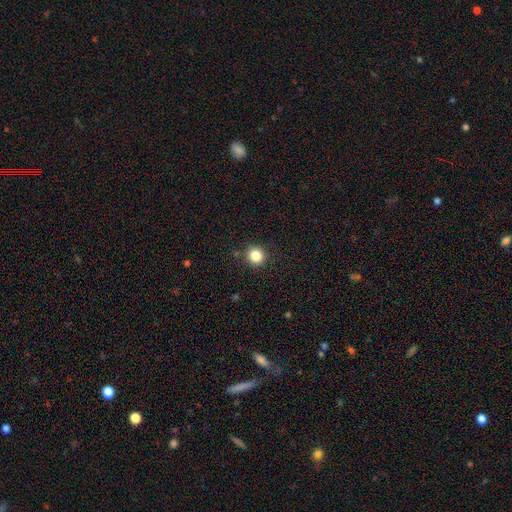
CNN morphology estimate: This is clearly a smooth galaxy (84%). How rounded: clearly round (92%). Merging: clearly none (89%).